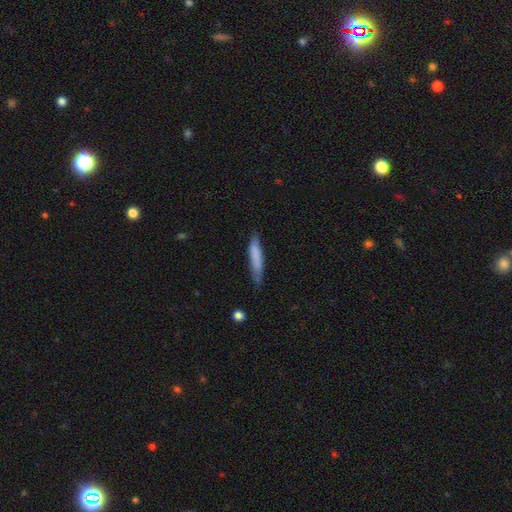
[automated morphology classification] This appears to be a smooth galaxy with no disk features (75%) that is cigar-shaped (89%). Merging: none (73%).